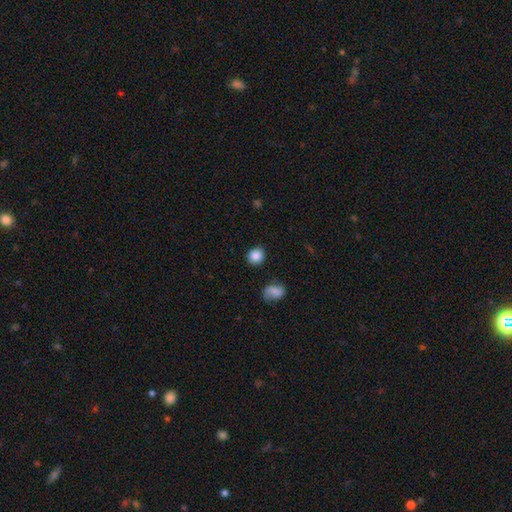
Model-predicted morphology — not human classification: A smooth galaxy with no disk features (86%) that is round (82%). Merging: none (87%).